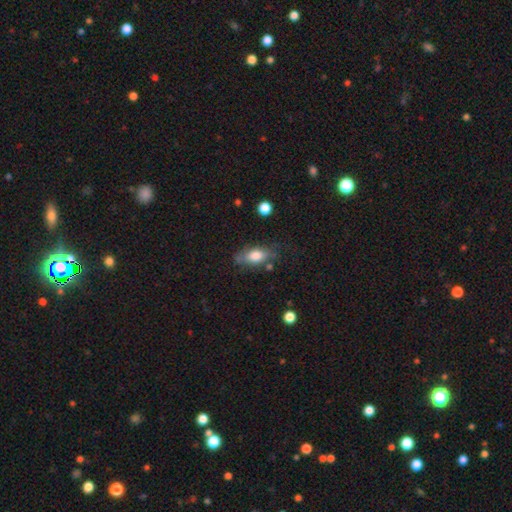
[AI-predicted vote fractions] Smooth or featured? Predicted: smooth (p=0.71). How rounded? Predicted: in between (p=0.81). Merging? Predicted: none (p=0.65).